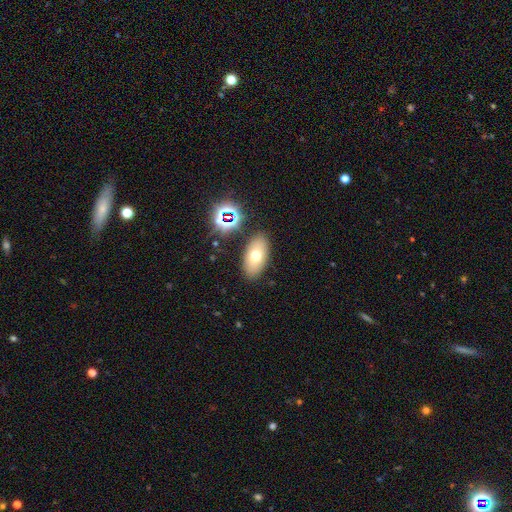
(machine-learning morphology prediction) Smooth or featured?
  - smooth: 66% *
  - featured or disk: 21%
  - star or artifact: 13%
How rounded?
  - in between: 90% *
  - round: 6%
  - cigar-shaped: 3%
Merging?
  - none: 84% *
  - minor disturbance: 9%
  - major disturbance: 3%
  - merger: 3%